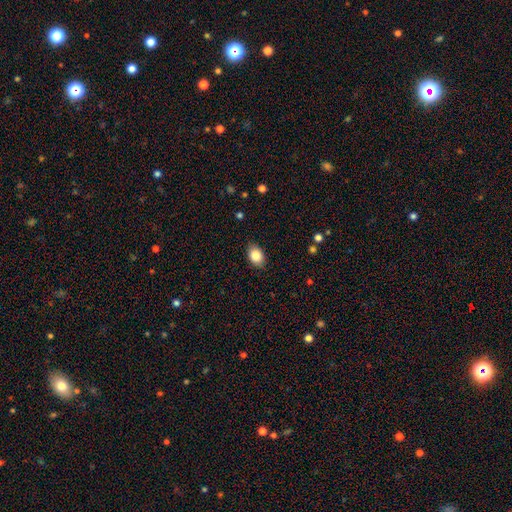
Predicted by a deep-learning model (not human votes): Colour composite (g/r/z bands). It shows a smooth galaxy with no disk features (87%) that is in between round and cigar-shaped (79%). Merging: none (85%).